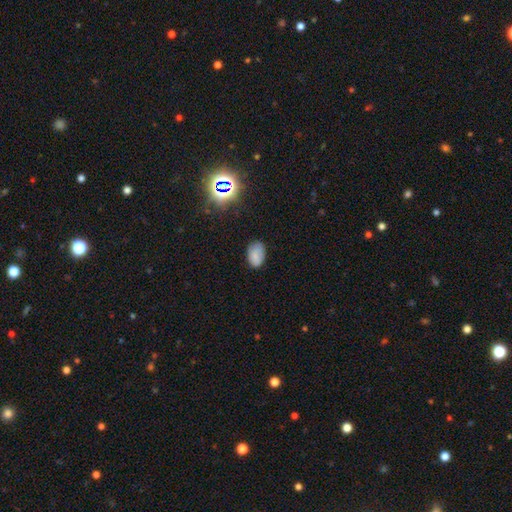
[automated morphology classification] type=smooth (77%); roundness=in between (88%); merging=none (77%).